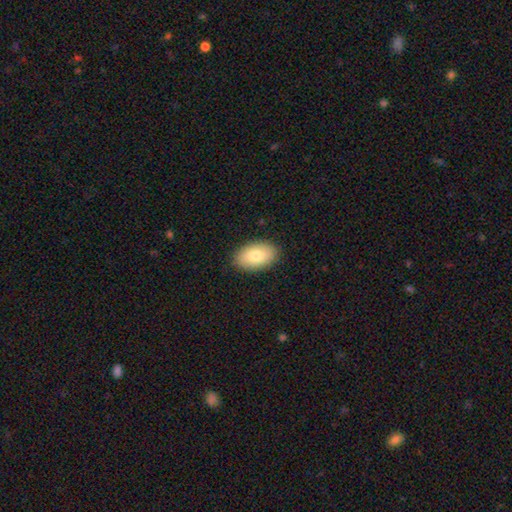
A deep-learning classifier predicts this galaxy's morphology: smooth-or-featured: smooth: 80% | featured or disk: 13% | star or artifact: 7%
  how-rounded: in between: 92% | round: 6% | cigar-shaped: 1%
  merging: none: 88% | minor disturbance: 9% | major disturbance: 2% | merger: 1%